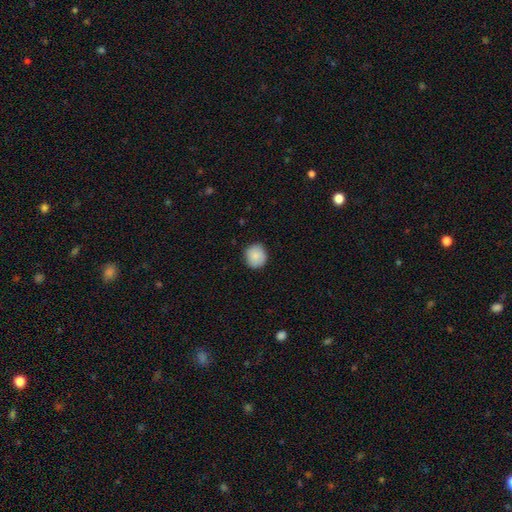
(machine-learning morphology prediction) smooth-or-featured: smooth: 88% | star or artifact: 7% | featured or disk: 5%
  how-rounded: round: 87% | in between: 12% | cigar-shaped: 1%
  merging: none: 86% | minor disturbance: 11% | major disturbance: 2% | merger: 1%